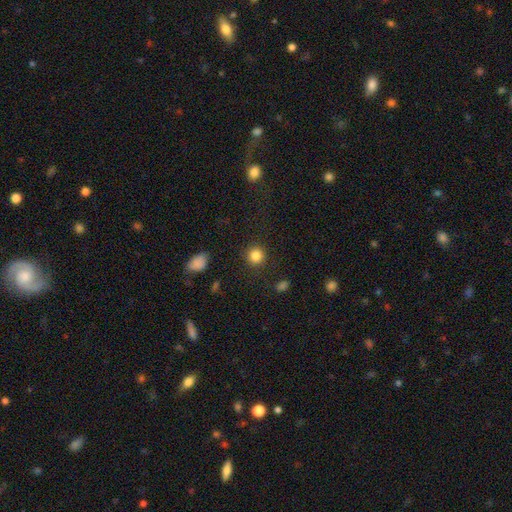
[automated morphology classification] Smooth or featured? Predicted: smooth (p=0.85). How rounded? Predicted: round (p=0.92). Merging? Predicted: none (p=0.89).